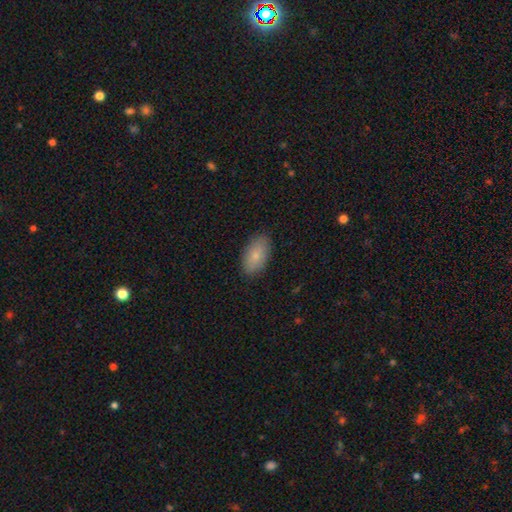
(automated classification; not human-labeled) A smooth galaxy with no disk features (81%) that is in between round and cigar-shaped (93%). Merging: none (87%).